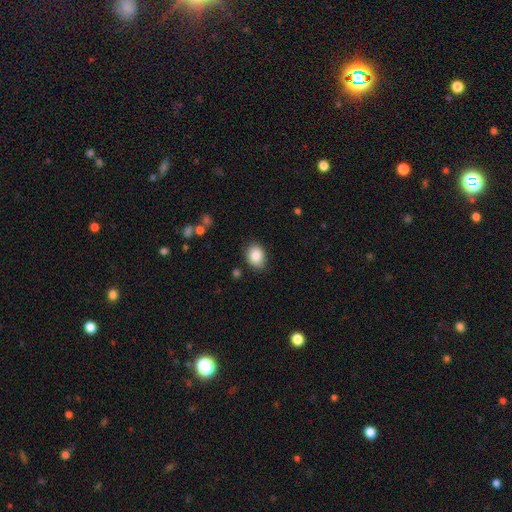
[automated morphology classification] Q: Smooth or featured?
A: smooth (87%); runner-up: star or artifact (8%)
Q: How rounded?
A: in between (62%); runner-up: round (37%)
Q: Merging?
A: none (83%); runner-up: minor disturbance (13%)